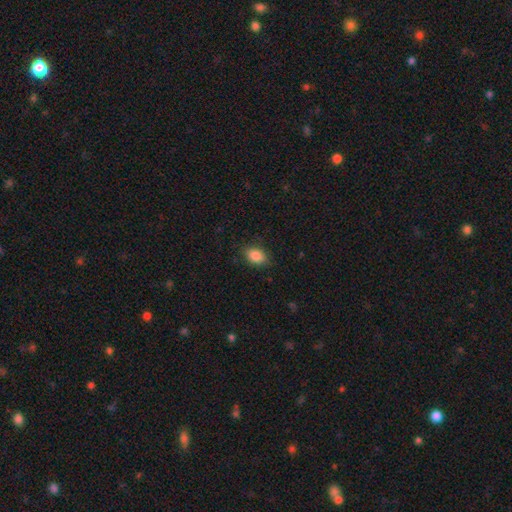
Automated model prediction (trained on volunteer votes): A smooth galaxy with no disk features (86%) that is in between round and cigar-shaped (82%).

Vote fractions:
- Smooth or featured? smooth: 86% / star or artifact: 8% / featured or disk: 5%
- How rounded? in between: 82% / round: 16% / cigar-shaped: 2%
- Merging? none: 81% / minor disturbance: 14% / major disturbance: 3% / merger: 1%